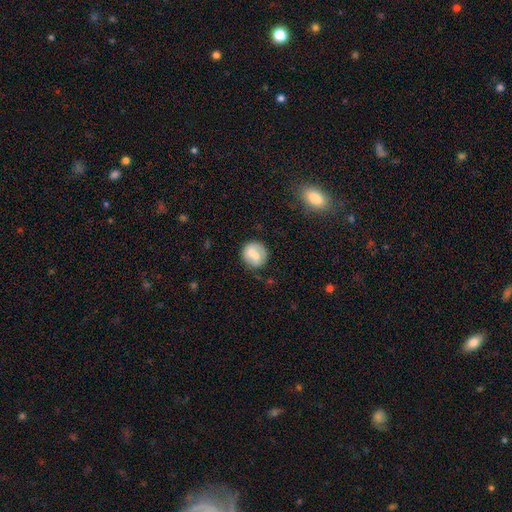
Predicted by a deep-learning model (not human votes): Overall: smooth (60%; featured or disk 32%). How rounded: round (87%). Merging: none (58%; merger 19%).